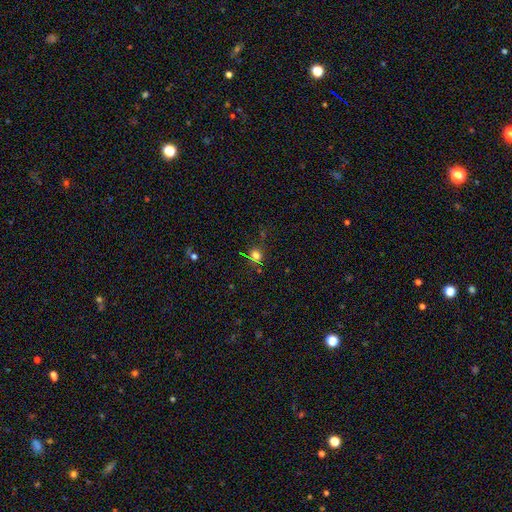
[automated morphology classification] The model was most divided on "smooth or featured": smooth: 69%, star or artifact: 24%, featured or disk: 7%. More confident: how rounded — round (88%); merging — none (79%).